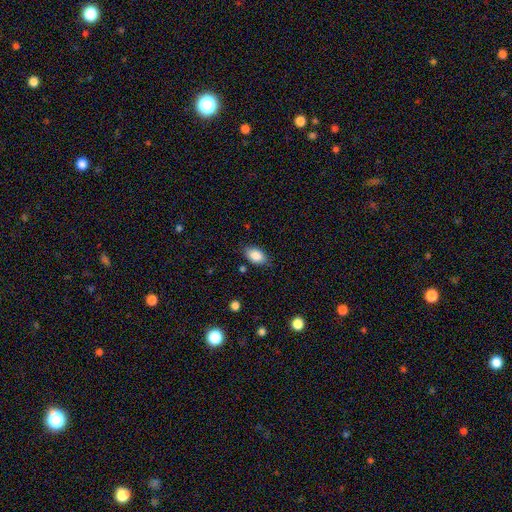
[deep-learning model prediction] Smooth or featured?
  - smooth: 86% *
  - star or artifact: 8%
  - featured or disk: 6%
How rounded?
  - in between: 91% *
  - round: 7%
  - cigar-shaped: 2%
Merging?
  - none: 82% *
  - minor disturbance: 14%
  - major disturbance: 3%
  - merger: 2%